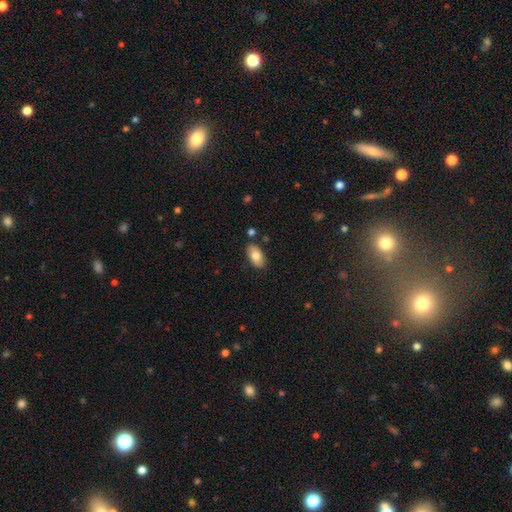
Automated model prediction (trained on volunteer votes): Smooth or featured? Predicted: smooth (p=0.79). How rounded? Predicted: in between (p=0.94). Merging? Predicted: none (p=0.85).